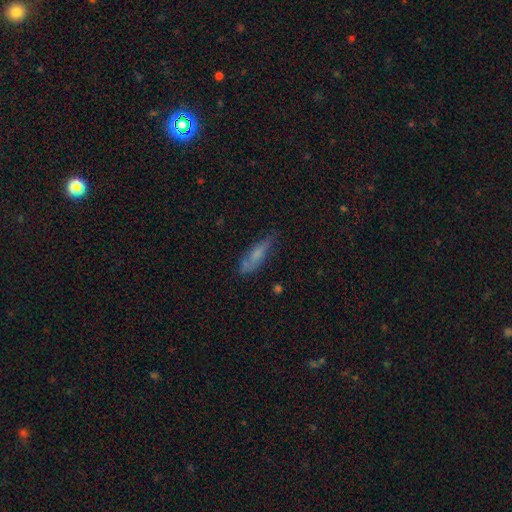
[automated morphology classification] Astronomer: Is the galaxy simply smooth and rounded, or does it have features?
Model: smooth — 64%.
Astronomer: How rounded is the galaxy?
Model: cigar-shaped — 68%.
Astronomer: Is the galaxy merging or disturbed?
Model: none — 64%.